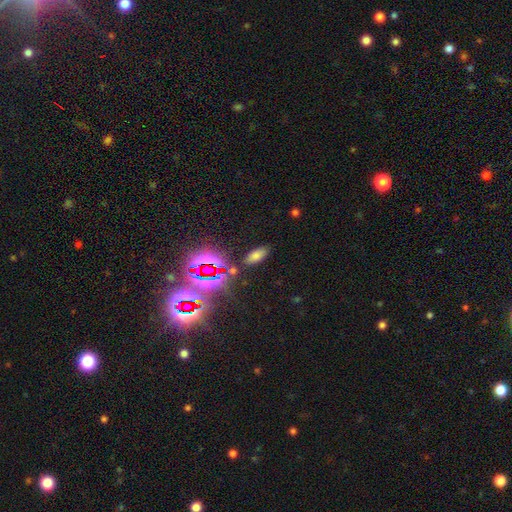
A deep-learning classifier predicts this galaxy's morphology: This appears to be a smooth galaxy with no disk features (65%) that is in between round and cigar-shaped (86%). Merging: none (85%).